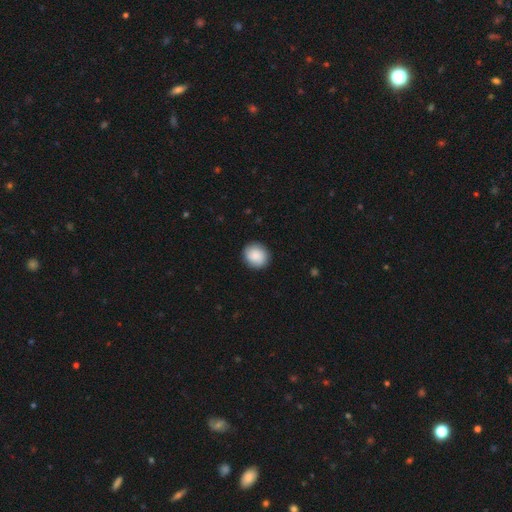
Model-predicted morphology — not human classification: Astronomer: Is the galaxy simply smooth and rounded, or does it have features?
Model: smooth — 83%.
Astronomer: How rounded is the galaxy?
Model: round — 83%.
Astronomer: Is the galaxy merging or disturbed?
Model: none — 88%.